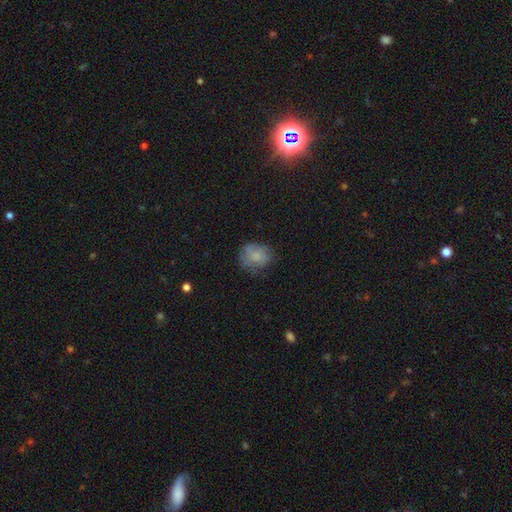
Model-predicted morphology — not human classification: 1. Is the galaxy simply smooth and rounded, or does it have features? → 75% smooth, 16% featured or disk, 9% star or artifact.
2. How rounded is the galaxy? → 66% round, 33% in between, 1% cigar-shaped.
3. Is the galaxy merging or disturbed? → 64% none, 24% minor disturbance, 11% major disturbance, 2% merger.